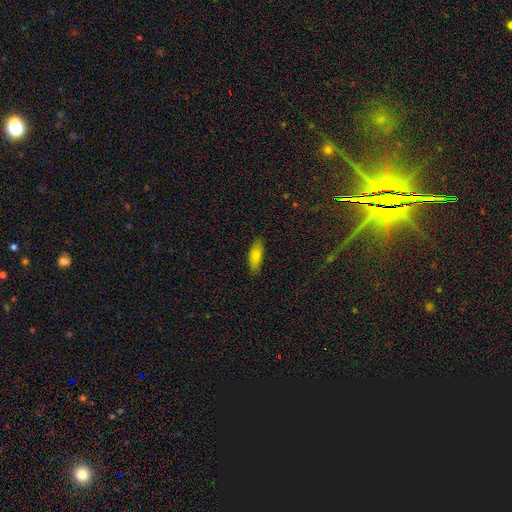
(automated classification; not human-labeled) Morphology: type=smooth (79%); roundness=in between (62%); merging=none (86%).